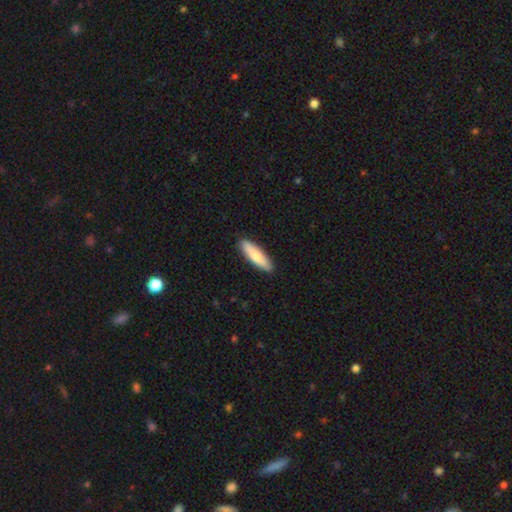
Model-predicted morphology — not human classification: This appears to be a smooth galaxy with no disk features (77%) that is cigar-shaped (67%). Merging: none (90%).